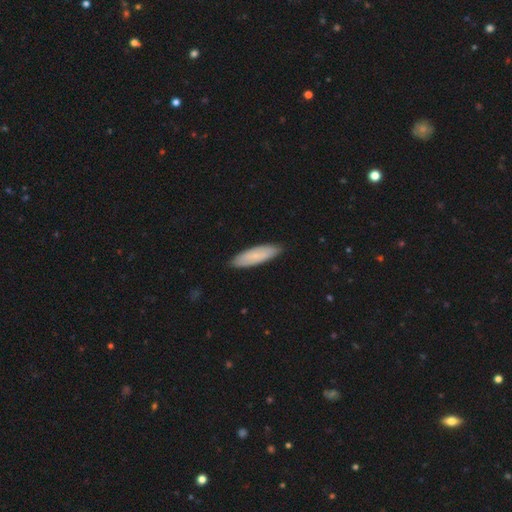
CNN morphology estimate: Smooth or featured?
  - smooth: 68% *
  - featured or disk: 26%
  - star or artifact: 6%
How rounded?
  - cigar-shaped: 54% *
  - in between: 45%
  - round: 2%
Merging?
  - none: 87% *
  - minor disturbance: 10%
  - major disturbance: 2%
  - merger: 1%